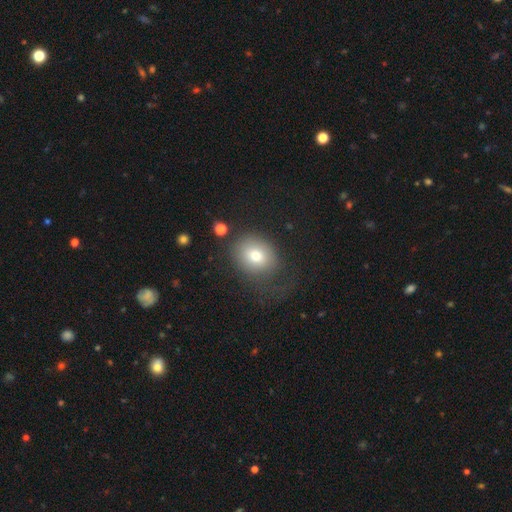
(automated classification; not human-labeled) smooth_or_featured: smooth (p=0.72) [alt: featured or disk p=0.17]
how_rounded: round (p=0.55) [alt: in between p=0.44]
merging: none (p=0.52) [alt: major disturbance p=0.25]